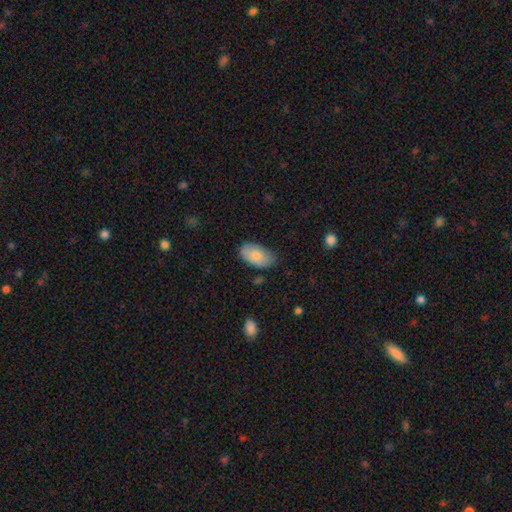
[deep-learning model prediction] This appears to be a smooth galaxy with no disk features (82%) that is in between round and cigar-shaped (95%). Merging: none (73%).